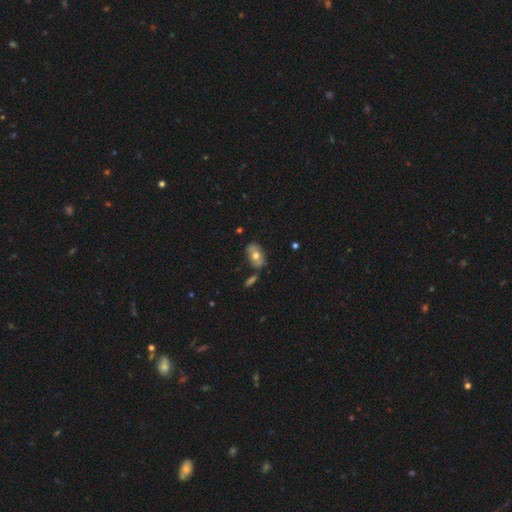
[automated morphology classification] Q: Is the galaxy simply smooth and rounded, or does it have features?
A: smooth — 57%.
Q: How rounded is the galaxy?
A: in between — 86%.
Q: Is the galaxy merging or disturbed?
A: none — 70%.